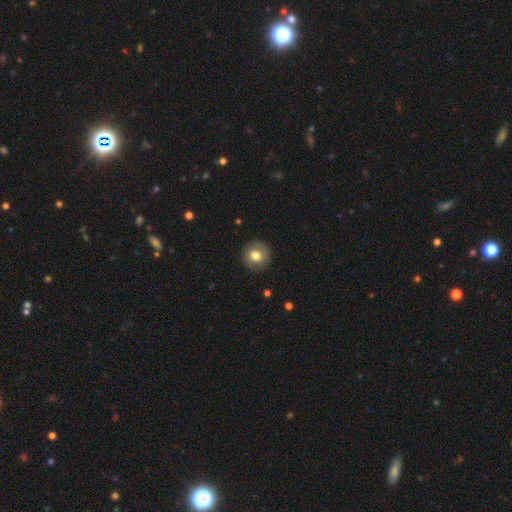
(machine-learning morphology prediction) Overall: smooth (76%). How rounded: round (91%). Merging: none (90%).